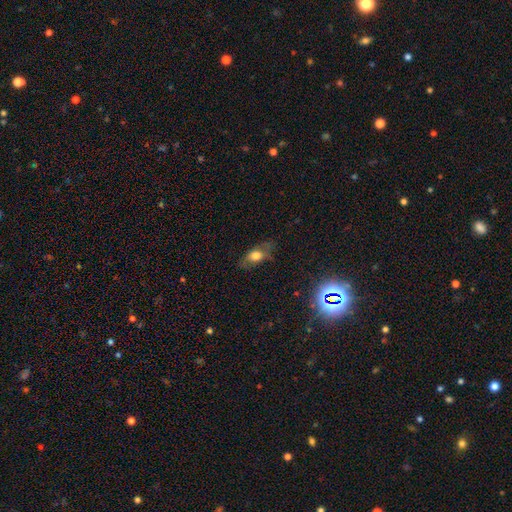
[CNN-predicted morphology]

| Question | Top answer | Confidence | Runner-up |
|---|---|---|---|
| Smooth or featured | smooth | 60% | featured or disk (29%) |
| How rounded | in between | 79% | cigar-shaped (11%) |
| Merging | none | 64% | minor disturbance (23%) |